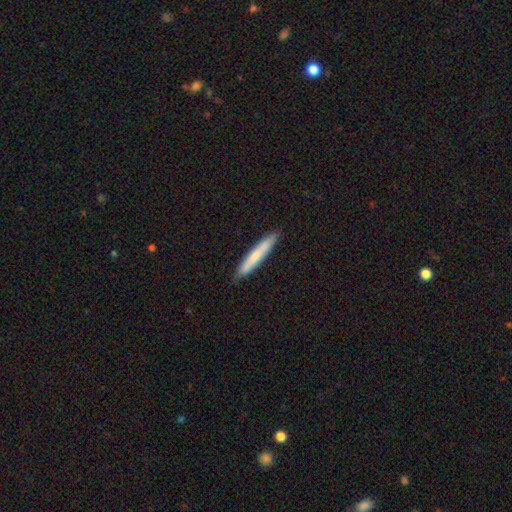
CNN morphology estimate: This is likely a smooth galaxy (72%). How rounded: clearly cigar-shaped (95%). Merging: clearly none (90%).